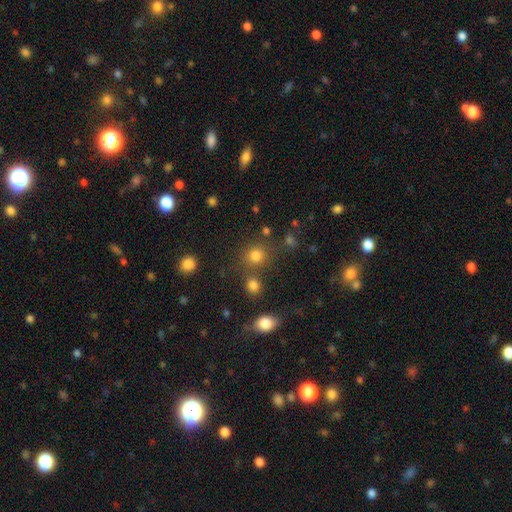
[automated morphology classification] A smooth galaxy with no disk features (78%) that is round (82%). Merging: none (73%).